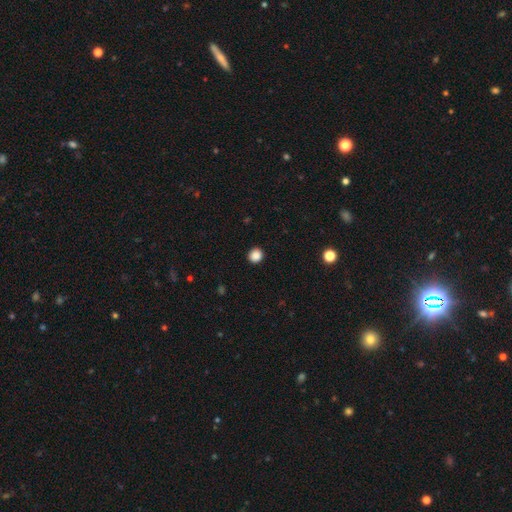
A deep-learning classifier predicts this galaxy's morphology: type=smooth (87%); roundness=round (91%); merging=none (93%).